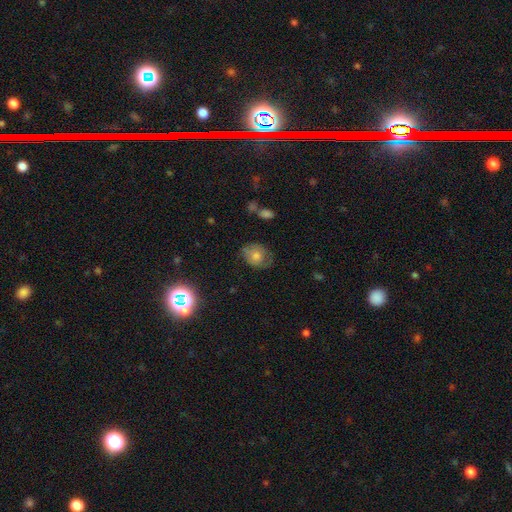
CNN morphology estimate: This appears to be a smooth galaxy with no disk features (65%) that is round (55%). Merging: none (58%).